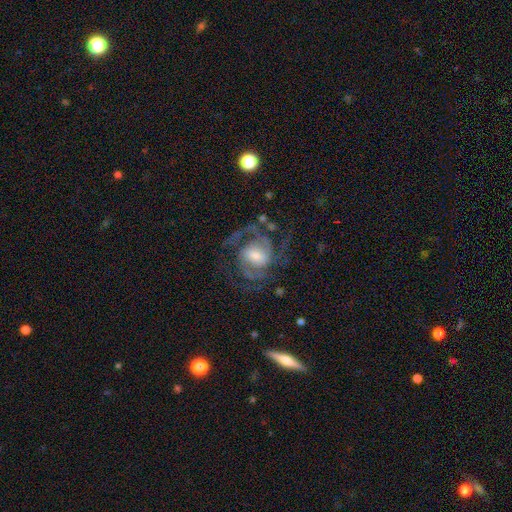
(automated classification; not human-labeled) Overall: featured or disk (88%). Edge-on disk: no (98%). Bar: weak (48%; no 35%). Spiral arms: yes (97%). Spiral arm count: 2 (46%; 3 27%). Spiral winding: medium (55%; tight 30%). Bulge size: moderate (44%; small 38%). Merging: none (65%).